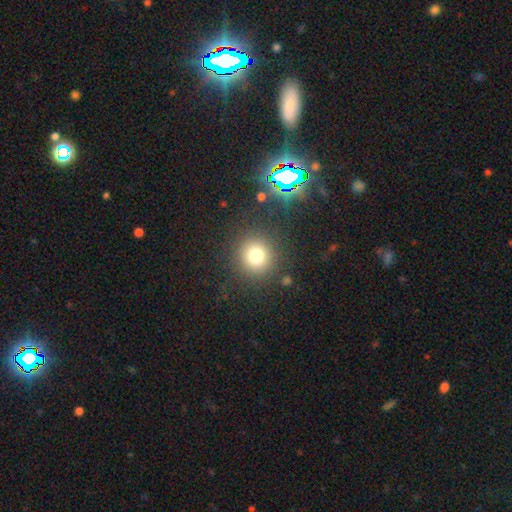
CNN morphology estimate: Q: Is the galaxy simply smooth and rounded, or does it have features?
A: smooth — 75%.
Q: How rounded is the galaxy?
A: round — 92%.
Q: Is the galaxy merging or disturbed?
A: none — 87%.